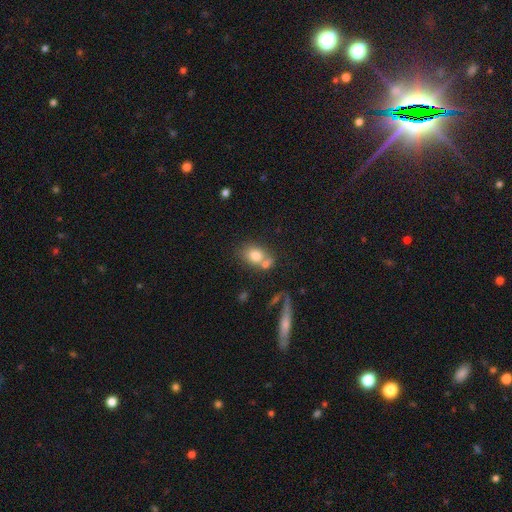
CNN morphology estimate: smooth-or-featured: smooth: 77% | featured or disk: 13% | star or artifact: 10%
  how-rounded: in between: 60% | round: 38% | cigar-shaped: 2%
  merging: none: 48% | merger: 33% | minor disturbance: 13% | major disturbance: 6%